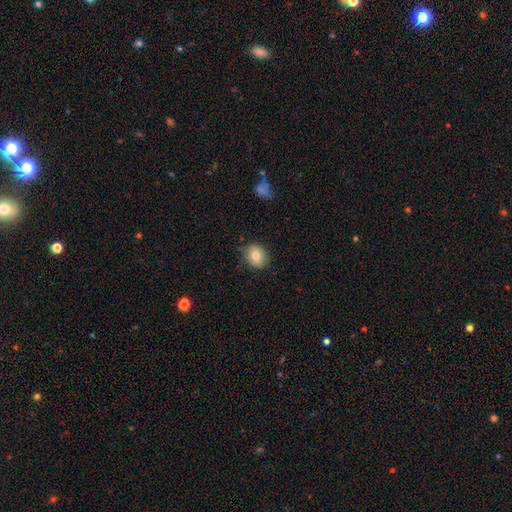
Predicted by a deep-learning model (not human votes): Q: Smooth or featured?
A: smooth (78%); runner-up: featured or disk (13%)
Q: How rounded?
A: round (58%); runner-up: in between (41%)
Q: Merging?
A: none (83%); runner-up: minor disturbance (13%)